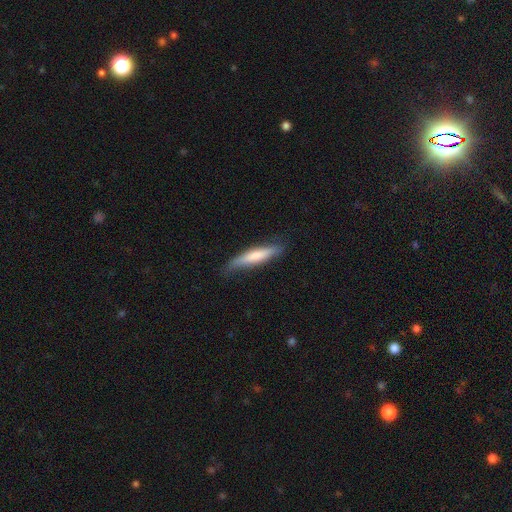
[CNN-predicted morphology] Smooth or featured: smooth — 69% (featured or disk — 26%)
How rounded: cigar-shaped — 86% (in between — 13%)
Merging: none — 76% (minor disturbance — 19%)